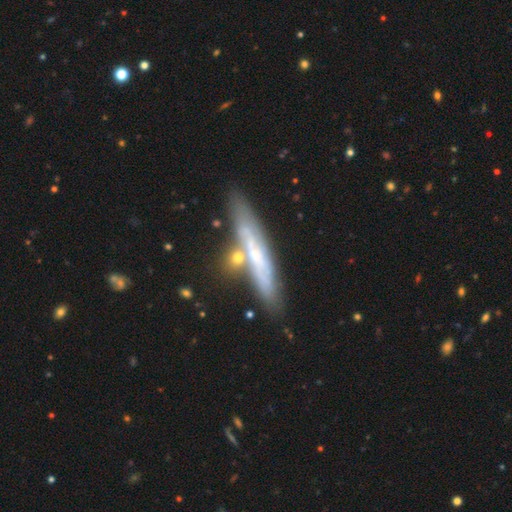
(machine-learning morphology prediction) type=featured or disk (58%); edge-on=yes (78%); merging=none (68%).